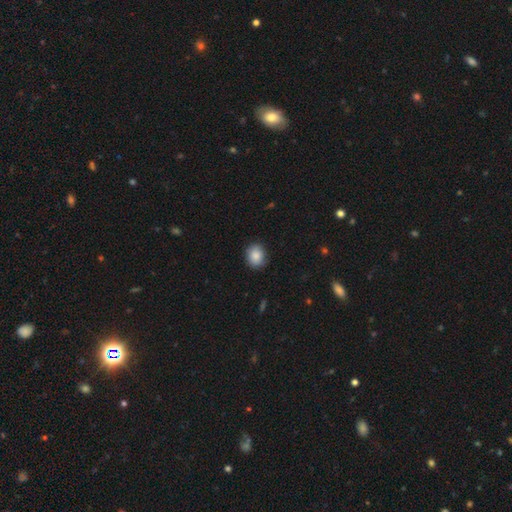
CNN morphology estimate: type=smooth (87%); roundness=round (61%); merging=none (85%).